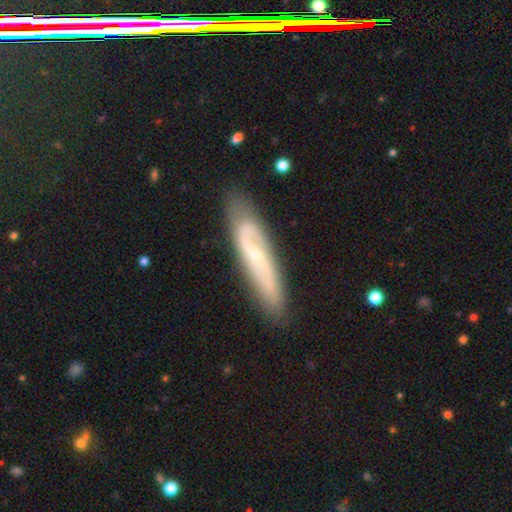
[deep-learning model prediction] The model was most divided on "bar": no: 45%, weak: 37%, strong: 18%. More confident: spiral arms — yes (84%); merging — none (79%); bulge size — small (76%); smooth or featured — featured or disk (72%); edge-on disk — no (70%).